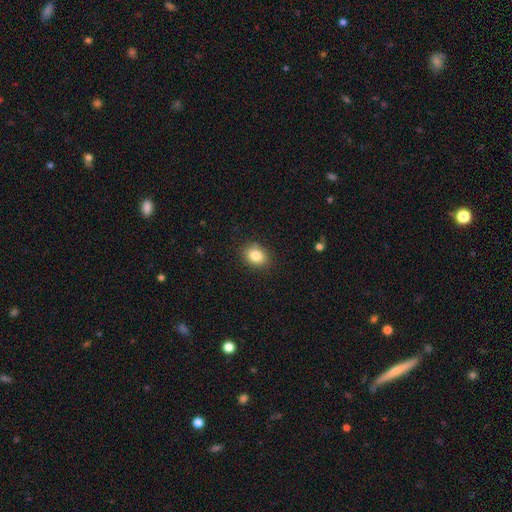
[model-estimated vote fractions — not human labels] Smooth or featured? Predicted: smooth (p=0.84). How rounded? Predicted: in between (p=0.57). Merging? Predicted: none (p=0.86).